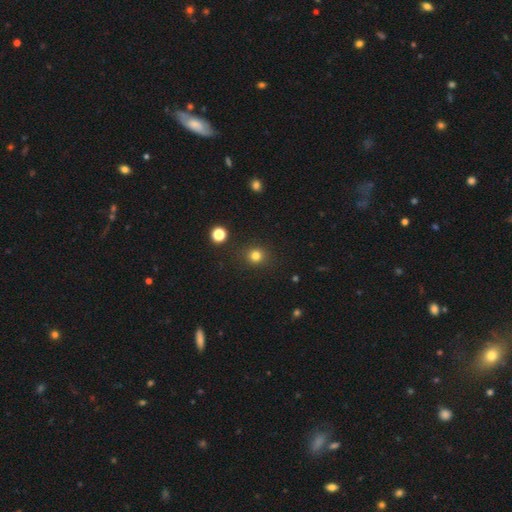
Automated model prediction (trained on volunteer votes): The model was most divided on "smooth or featured": smooth: 80%, star or artifact: 14%, featured or disk: 5%. More confident: merging — none (88%); how rounded — round (87%).